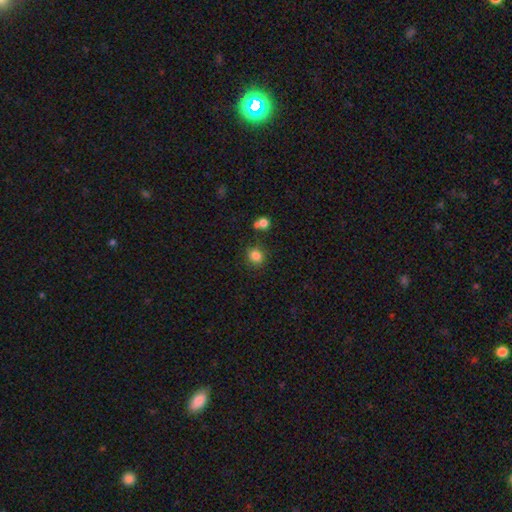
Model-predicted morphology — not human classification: Smooth or featured: smooth — 84% (star or artifact — 12%)
How rounded: round — 78% (in between — 21%)
Merging: none — 81% (minor disturbance — 10%)